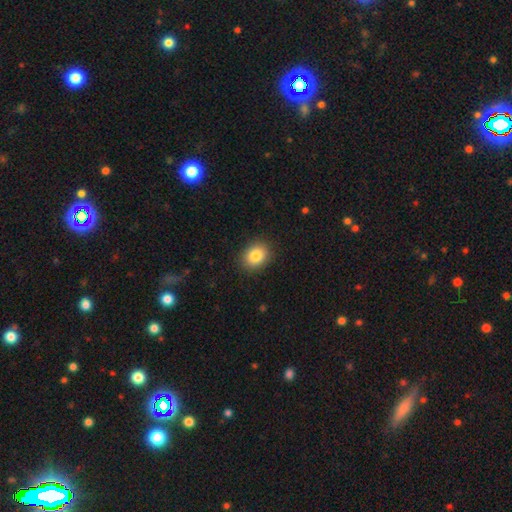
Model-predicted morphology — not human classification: A smooth galaxy with no disk features (84%) that is in between round and cigar-shaped (50%, tied with round).

Vote fractions:
- Smooth or featured? smooth: 84% / star or artifact: 9% / featured or disk: 7%
- How rounded? in between: 50% (tied) / round: 50% (tied) / cigar-shaped: 1%
- Merging? none: 89% / minor disturbance: 8% / major disturbance: 2% / merger: 1%